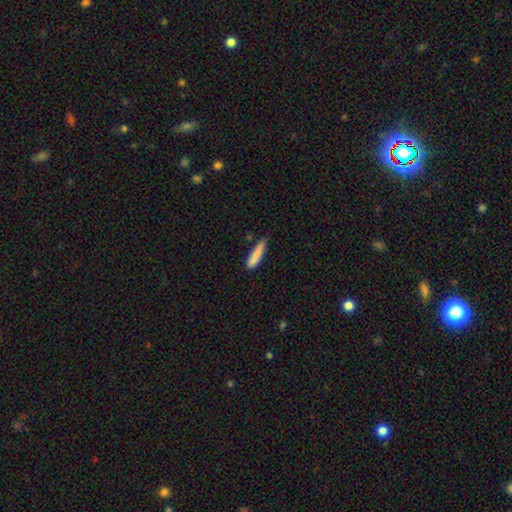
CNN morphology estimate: type=smooth (84%); roundness=cigar-shaped (80%); merging=none (66%).